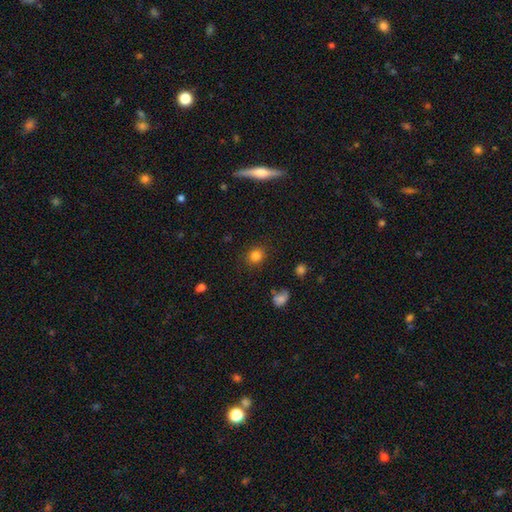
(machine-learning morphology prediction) Overall: smooth (83%). How rounded: round (81%). Merging: none (86%).